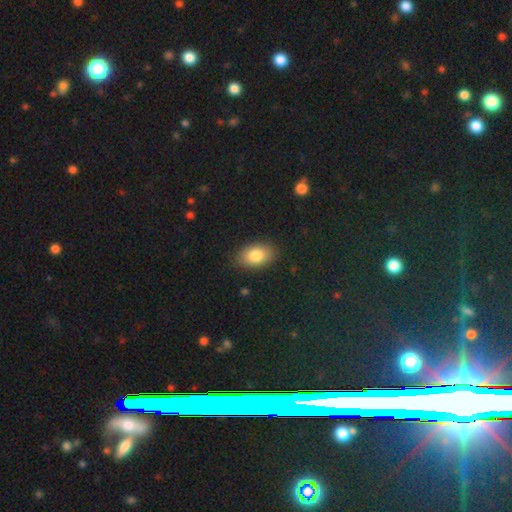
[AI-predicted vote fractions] This is clearly a smooth galaxy (83%). How rounded: clearly in between (89%). Merging: clearly none (86%).